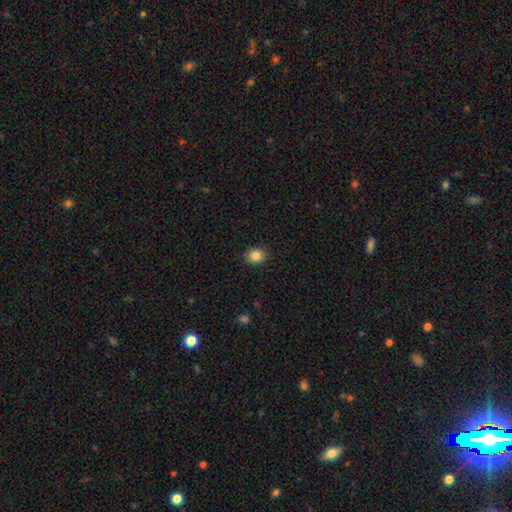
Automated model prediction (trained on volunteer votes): Smooth or featured?
  - smooth: 85% *
  - star or artifact: 10%
  - featured or disk: 5%
How rounded?
  - round: 60% *
  - in between: 39%
  - cigar-shaped: 1%
Merging?
  - none: 89% *
  - minor disturbance: 8%
  - major disturbance: 2%
  - merger: 1%